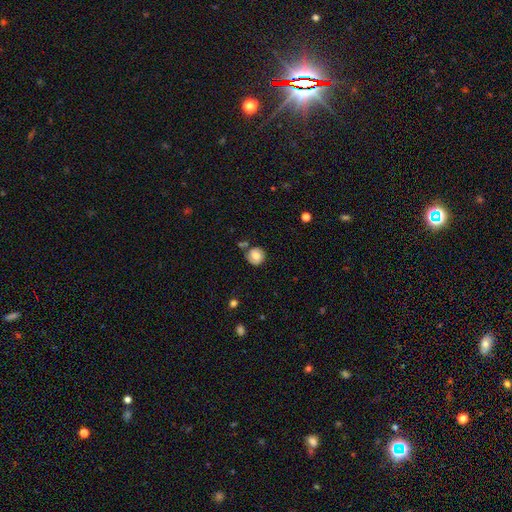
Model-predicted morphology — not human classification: type=smooth (65%); roundness=round (89%); merging=none (69%).